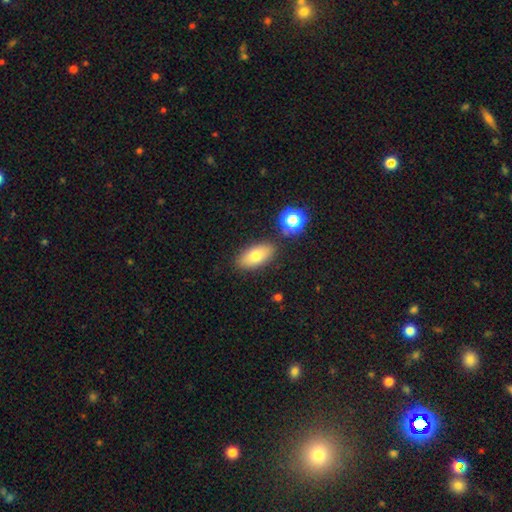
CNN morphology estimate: smooth 76%, featured or disk 15%, star or artifact 9%. Down the decision tree: how rounded — in between (88%); merging — none (83%).